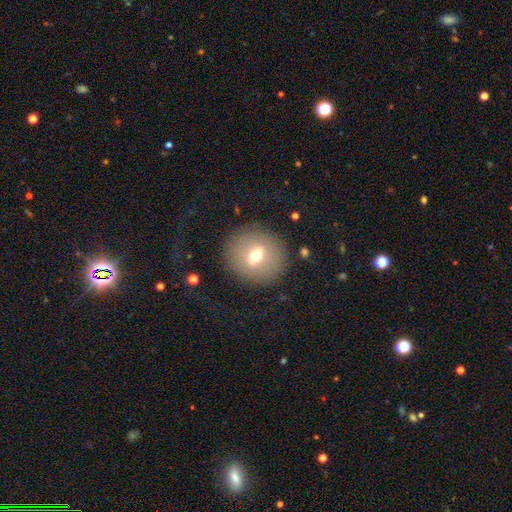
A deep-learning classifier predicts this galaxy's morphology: This is possibly a smooth galaxy (55%). How rounded: clearly round (86%). Merging: clearly none (86%).